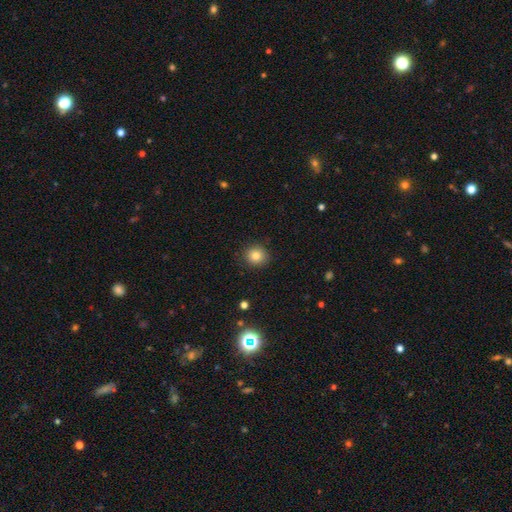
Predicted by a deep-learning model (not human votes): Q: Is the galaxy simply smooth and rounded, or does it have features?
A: smooth — 82%.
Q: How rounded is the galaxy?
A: round — 86%.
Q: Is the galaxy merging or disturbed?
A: none — 89%.